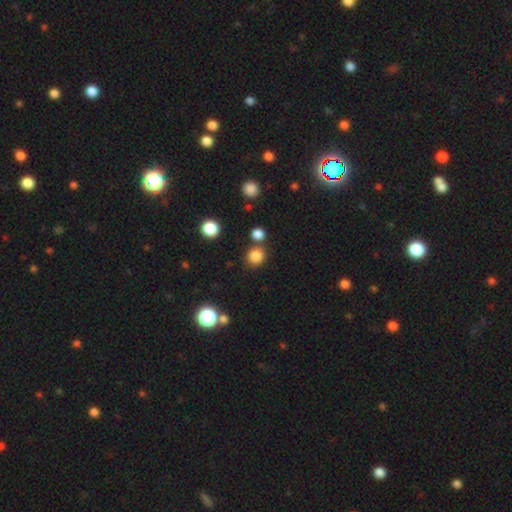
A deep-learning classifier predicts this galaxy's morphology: The model was most divided on "merging": none: 76%, merger: 13%, minor disturbance: 8%, major disturbance: 3%. More confident: how rounded — round (86%); smooth or featured — smooth (83%).